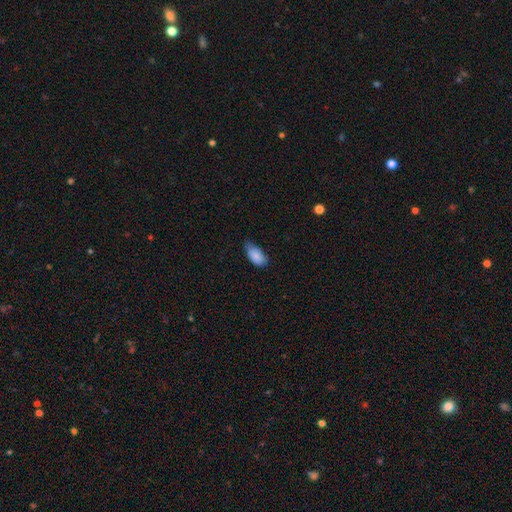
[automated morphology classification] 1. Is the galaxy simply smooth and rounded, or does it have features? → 87% smooth, 7% star or artifact, 6% featured or disk.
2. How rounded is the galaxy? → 93% in between, 4% round, 3% cigar-shaped.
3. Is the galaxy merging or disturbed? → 47% none, 44% minor disturbance, 7% major disturbance, 2% merger.